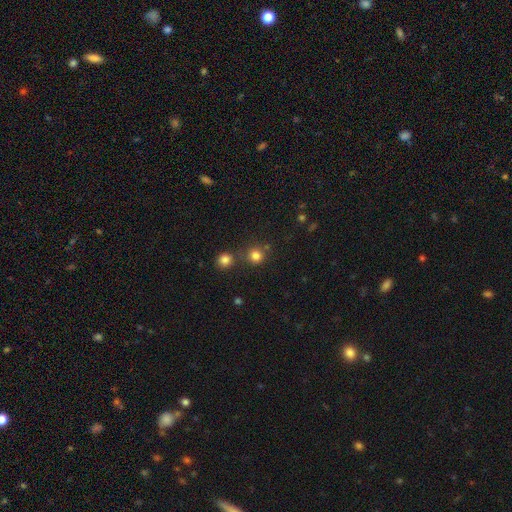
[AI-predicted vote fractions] Smooth or featured? smooth (80%)
How rounded? round (91%)
Merging? none (73%)